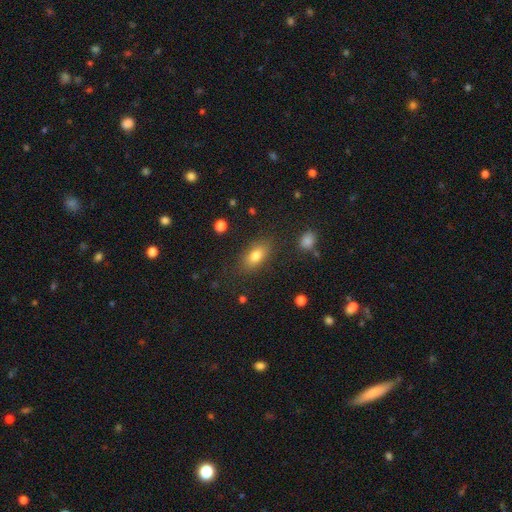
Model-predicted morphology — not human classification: A smooth galaxy with no disk features (79%) that is in between round and cigar-shaped (84%). Merging: none (82%).